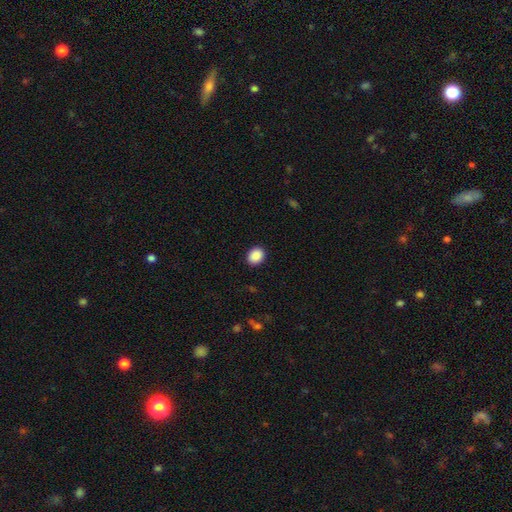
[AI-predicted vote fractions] This is clearly a smooth galaxy (90%). How rounded: possibly round (54%). Merging: clearly none (91%).